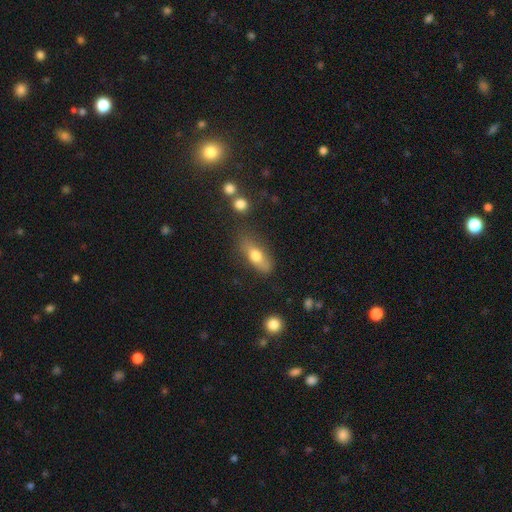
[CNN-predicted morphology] Q: Smooth or featured?
A: smooth (69%); runner-up: featured or disk (23%)
Q: How rounded?
A: in between (68%); runner-up: cigar-shaped (27%)
Q: Merging?
A: none (64%); runner-up: minor disturbance (23%)